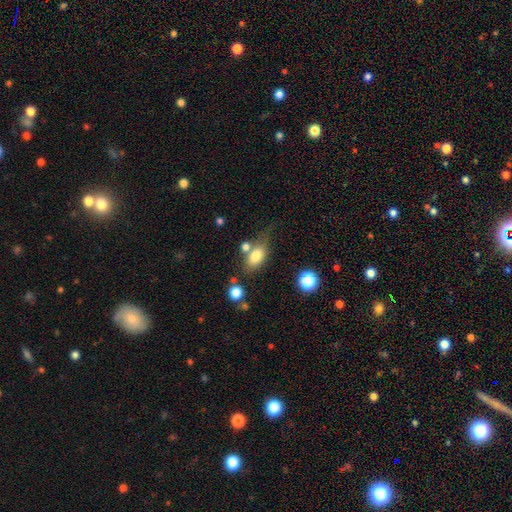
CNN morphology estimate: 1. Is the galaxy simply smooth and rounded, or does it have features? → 78% smooth, 13% featured or disk, 9% star or artifact.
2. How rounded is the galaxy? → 84% in between, 12% round, 4% cigar-shaped.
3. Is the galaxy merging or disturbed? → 50% none, 21% minor disturbance, 19% merger, 10% major disturbance.